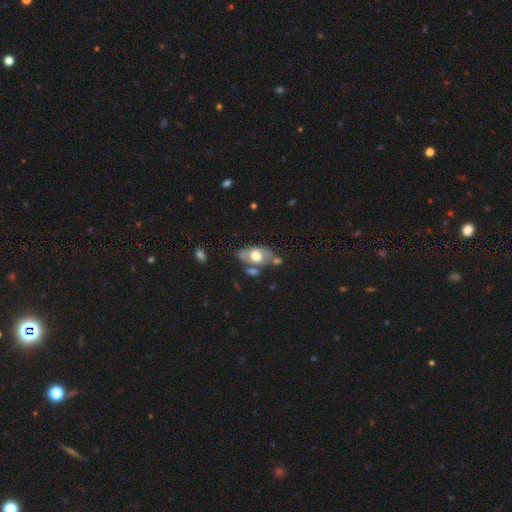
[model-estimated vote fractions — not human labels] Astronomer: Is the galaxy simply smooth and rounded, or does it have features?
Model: featured or disk — 52% (runner-up: smooth, 42%).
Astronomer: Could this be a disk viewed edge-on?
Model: no — 86%.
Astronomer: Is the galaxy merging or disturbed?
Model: none — 50%.